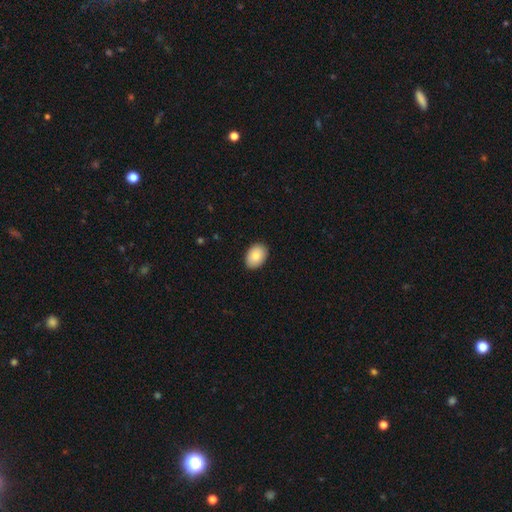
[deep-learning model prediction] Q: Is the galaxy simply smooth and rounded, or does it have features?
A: smooth — 85%.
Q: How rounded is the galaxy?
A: in between — 83%.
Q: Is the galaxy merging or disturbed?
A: none — 89%.